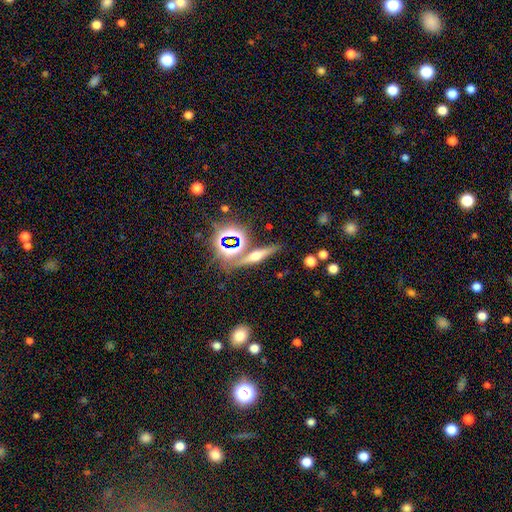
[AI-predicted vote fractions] This appears to be a featured or disk galaxy (49%). Merging: none (78%).